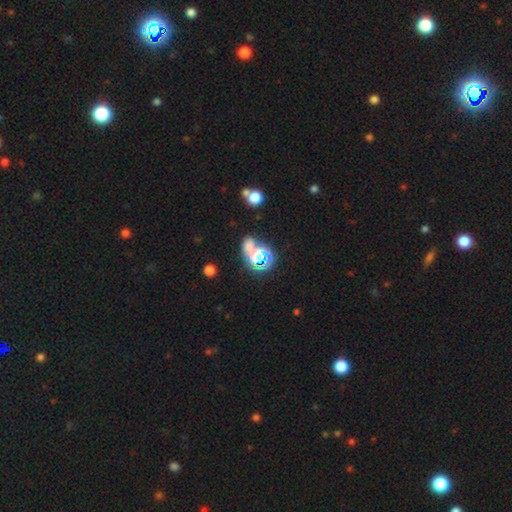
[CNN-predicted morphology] Smooth or featured? Predicted: star or artifact (p=0.56).